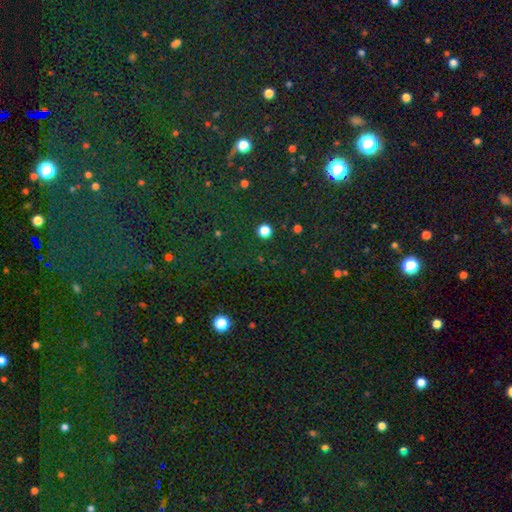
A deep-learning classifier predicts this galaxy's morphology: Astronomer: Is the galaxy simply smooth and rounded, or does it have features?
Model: star or artifact — 78%.